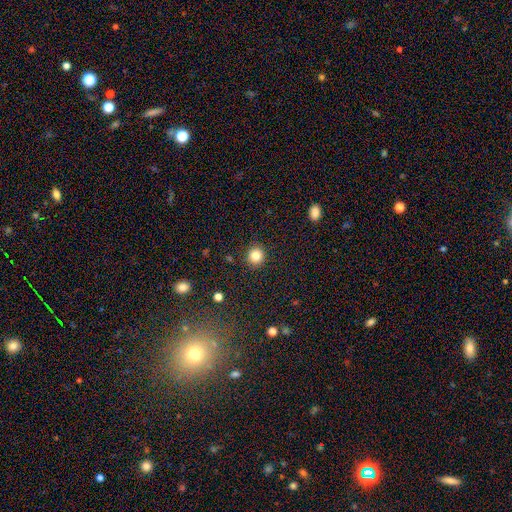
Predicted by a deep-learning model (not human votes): smooth 84%, star or artifact 11%, featured or disk 5%. Down the decision tree: how rounded — round (89%); merging — none (91%).